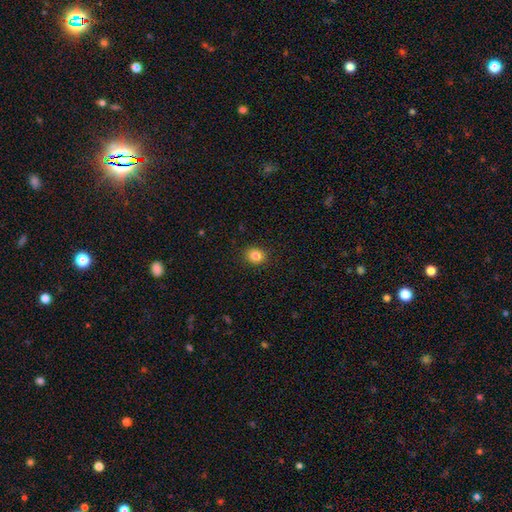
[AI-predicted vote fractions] Overall: smooth (84%). How rounded: round (67%; in between 32%). Merging: none (90%).